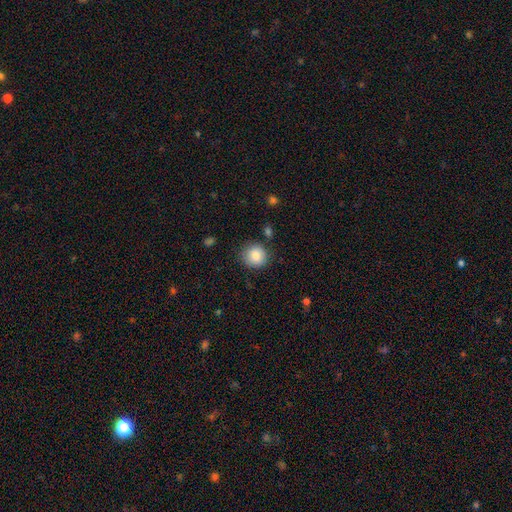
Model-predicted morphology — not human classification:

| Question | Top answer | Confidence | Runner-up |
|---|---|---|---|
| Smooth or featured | smooth | 83% | star or artifact (9%) |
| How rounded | round | 90% | in between (9%) |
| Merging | none | 84% | minor disturbance (11%) |